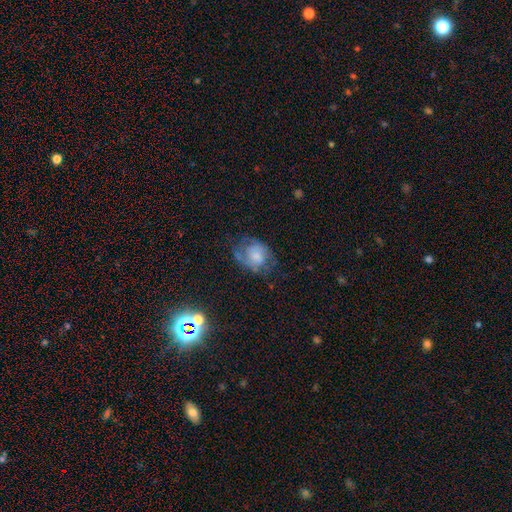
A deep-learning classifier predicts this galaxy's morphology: Smooth or featured?
  - featured or disk: 49% *
  - smooth: 42%
  - star or artifact: 9%
Merging?
  - none: 51% *
  - minor disturbance: 27%
  - major disturbance: 21%
  - merger: 2%